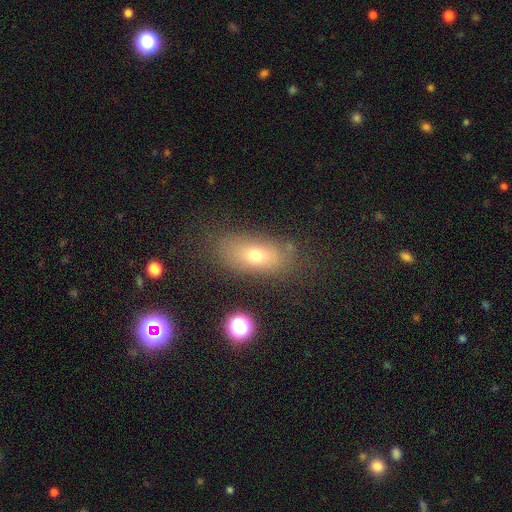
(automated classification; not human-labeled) Morphology: type=smooth (68%); roundness=in between (83%); merging=none (74%).